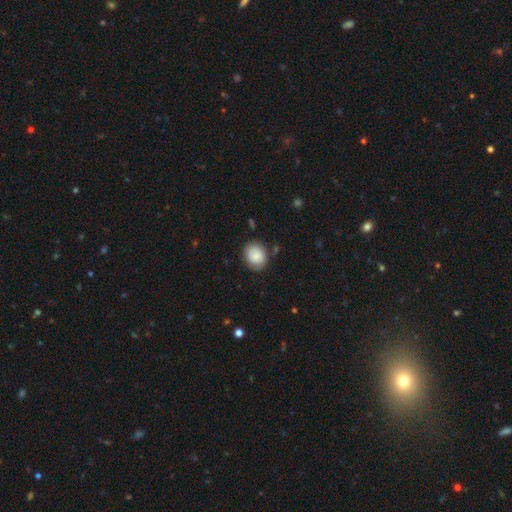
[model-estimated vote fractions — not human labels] This appears to be a smooth galaxy with no disk features (81%) that is round (59%). Merging: none (79%).